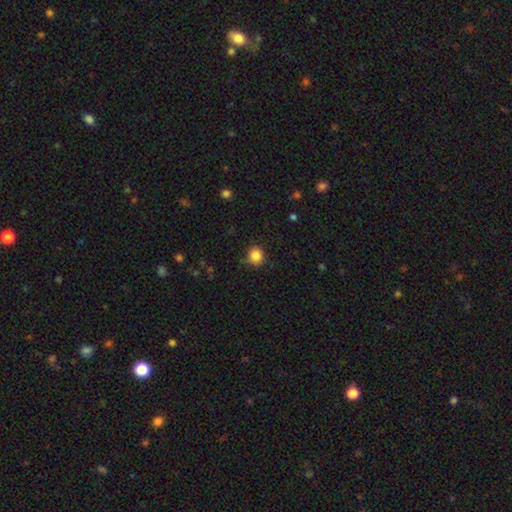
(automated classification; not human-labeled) smooth 85%, star or artifact 11%, featured or disk 4%. Down the decision tree: how rounded — round (88%); merging — none (75%).